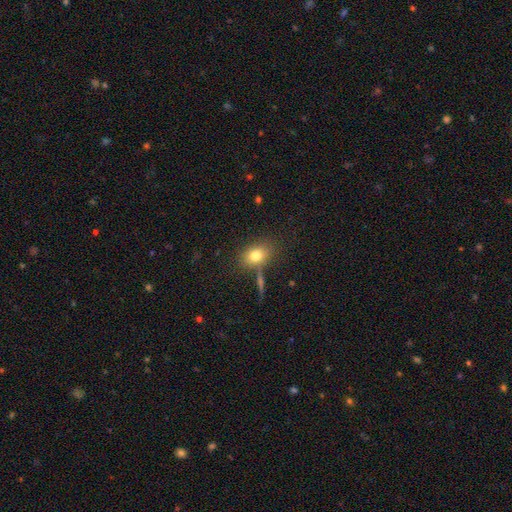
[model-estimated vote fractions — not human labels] smooth 77%, featured or disk 12%, star or artifact 11%. Down the decision tree: how rounded — in between (64%); merging — none (70%).